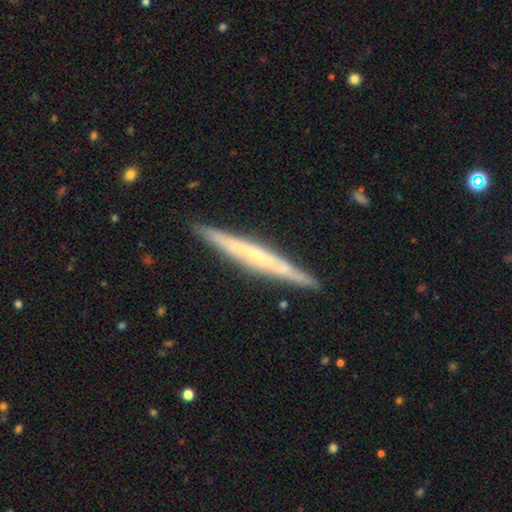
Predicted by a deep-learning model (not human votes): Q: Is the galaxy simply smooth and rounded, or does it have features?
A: featured or disk — 61%.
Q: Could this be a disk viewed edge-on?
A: yes — 96%.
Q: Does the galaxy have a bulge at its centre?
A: none — 70%.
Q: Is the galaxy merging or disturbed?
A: none — 88%.